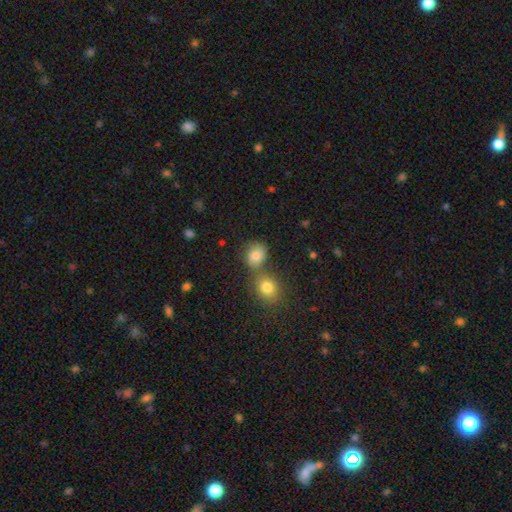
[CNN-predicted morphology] Smooth or featured? Predicted: smooth (p=0.76). How rounded? Predicted: round (p=0.64). Merging? Predicted: none (p=0.50).